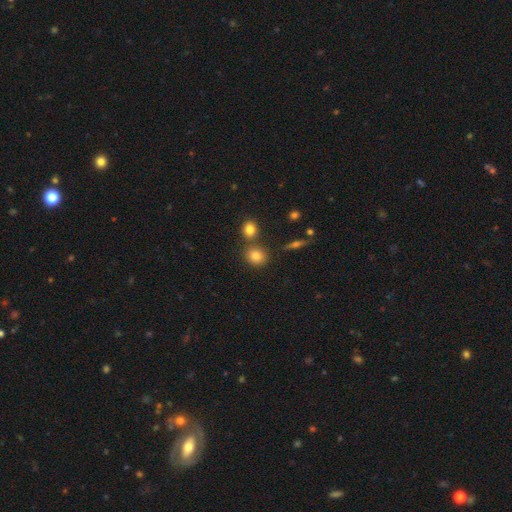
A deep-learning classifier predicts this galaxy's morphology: The model was most divided on "merging": none: 71%, merger: 18%, minor disturbance: 9%, major disturbance: 3%. More confident: smooth or featured — smooth (81%); how rounded — round (76%).